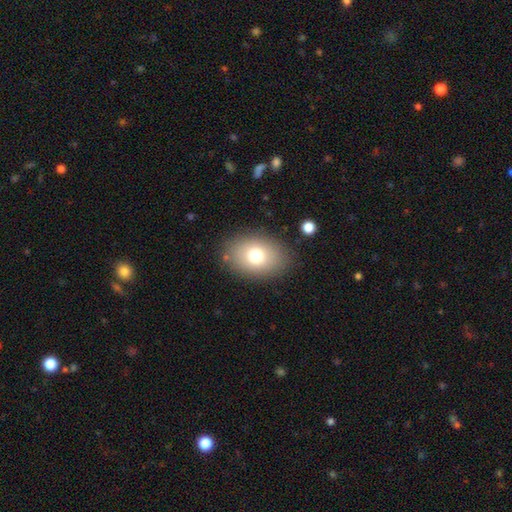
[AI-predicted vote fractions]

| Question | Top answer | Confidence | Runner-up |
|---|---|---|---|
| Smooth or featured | smooth | 76% | featured or disk (14%) |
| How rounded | in between | 76% | round (23%) |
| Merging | none | 85% | minor disturbance (10%) |